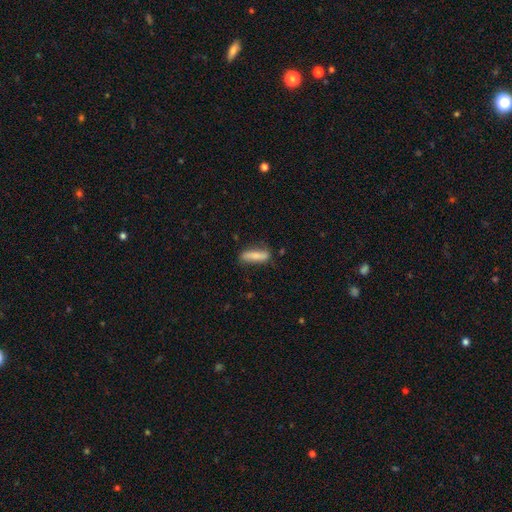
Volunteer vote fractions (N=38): smooth_or_featured: smooth (p=0.76) [alt: featured or disk p=0.16]
how_rounded: cigar-shaped (p=0.79) [alt: in between p=0.21]
merging: none (p=0.86) [alt: minor disturbance p=0.09]